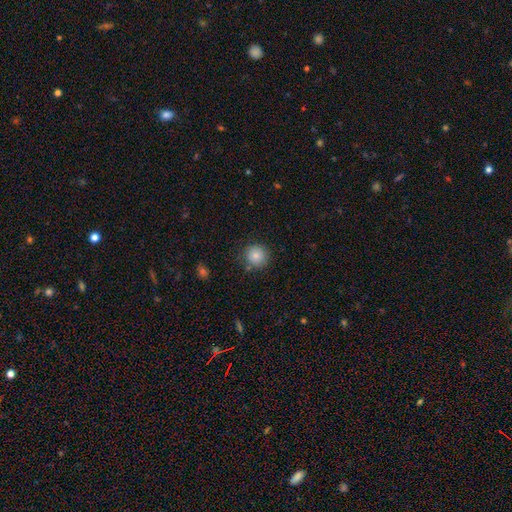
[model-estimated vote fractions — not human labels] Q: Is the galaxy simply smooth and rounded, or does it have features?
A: smooth — 84%.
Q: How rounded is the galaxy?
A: round — 93%.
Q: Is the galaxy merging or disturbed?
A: none — 84%.